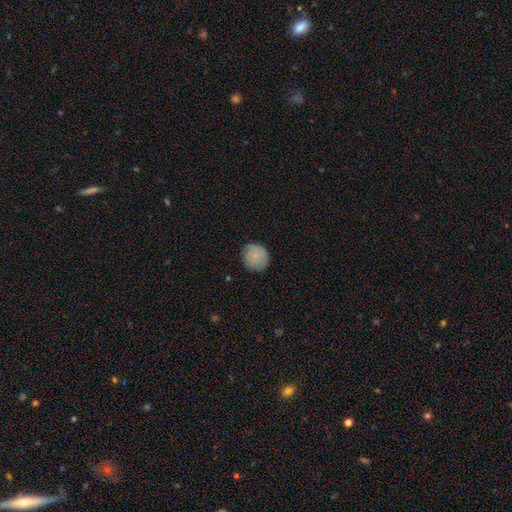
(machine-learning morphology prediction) Overall: smooth (83%). How rounded: round (83%). Merging: none (81%).